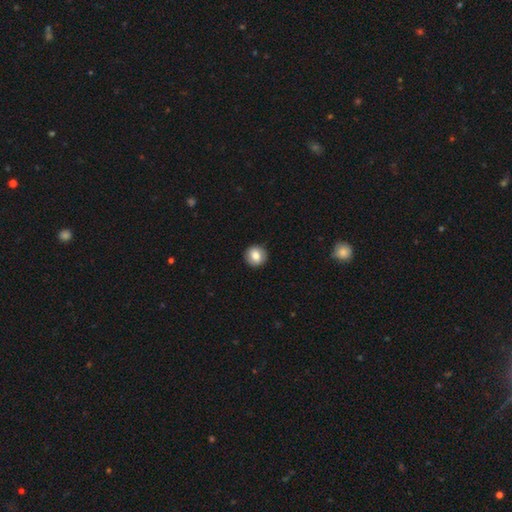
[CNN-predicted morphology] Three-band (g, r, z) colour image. It shows a smooth galaxy with no disk features (79%) that is round (93%). Merging: none (91%).